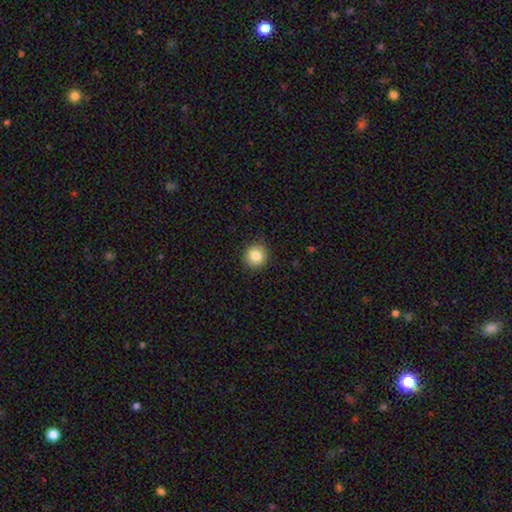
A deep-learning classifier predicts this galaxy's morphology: smooth_or_featured: smooth (p=0.84) [alt: star or artifact p=0.10]
how_rounded: round (p=0.90) [alt: in between p=0.09]
merging: none (p=0.91) [alt: minor disturbance p=0.07]